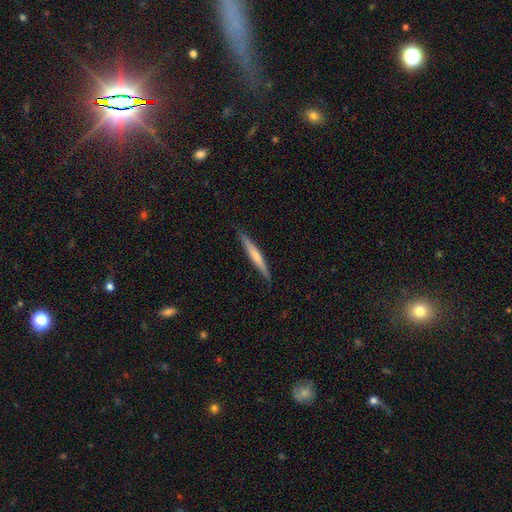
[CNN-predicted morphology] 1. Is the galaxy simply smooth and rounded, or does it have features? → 48% smooth, 47% featured or disk, 5% star or artifact.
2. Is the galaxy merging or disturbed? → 87% none, 10% minor disturbance, 2% major disturbance, 1% merger.